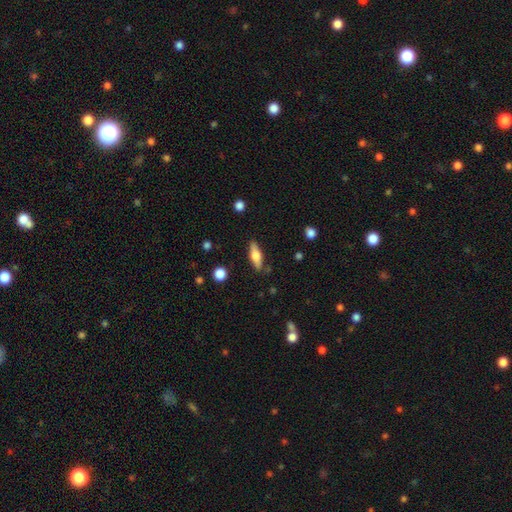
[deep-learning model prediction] smooth_or_featured: smooth (p=0.53) [alt: featured or disk p=0.40]
how_rounded: in between (p=0.53) [alt: cigar-shaped p=0.43]
merging: none (p=0.84) [alt: minor disturbance p=0.11]